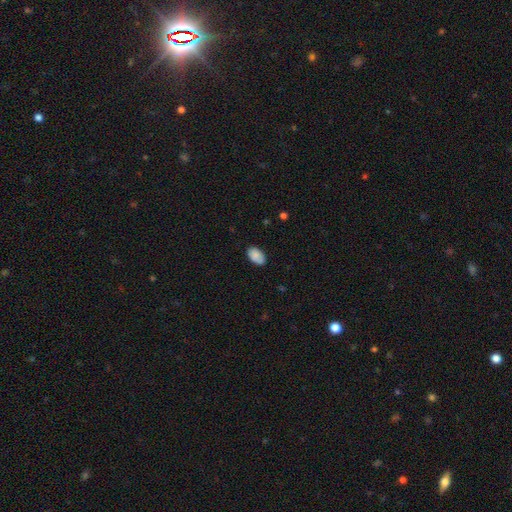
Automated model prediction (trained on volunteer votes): Smooth or featured?
  - smooth: 86% *
  - star or artifact: 7%
  - featured or disk: 7%
How rounded?
  - in between: 93% *
  - round: 6%
  - cigar-shaped: 1%
Merging?
  - none: 79% *
  - minor disturbance: 17%
  - major disturbance: 3%
  - merger: 1%